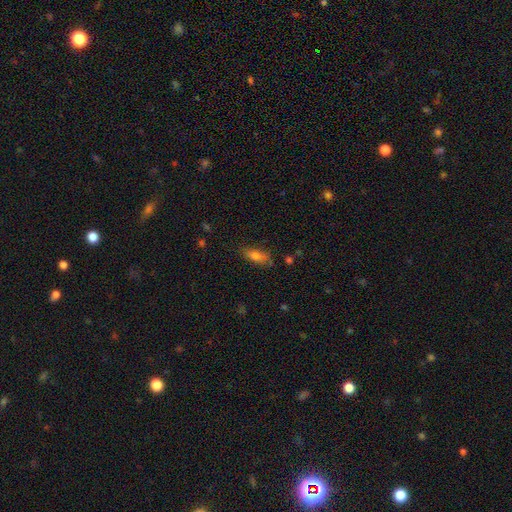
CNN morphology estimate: Overall: smooth (75%). How rounded: in between (72%). Merging: none (72%).